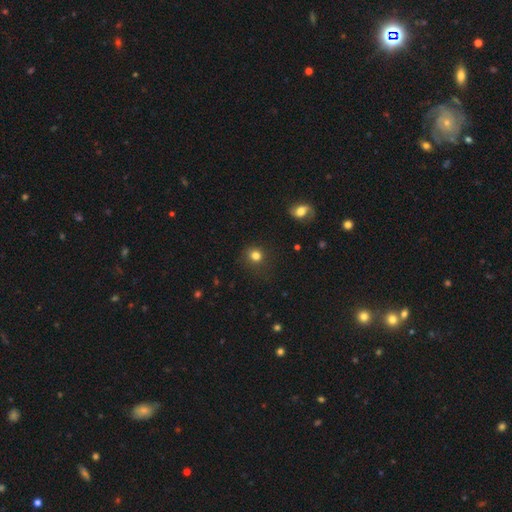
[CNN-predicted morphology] This is clearly a smooth galaxy (81%). How rounded: clearly round (84%). Merging: likely none (80%).